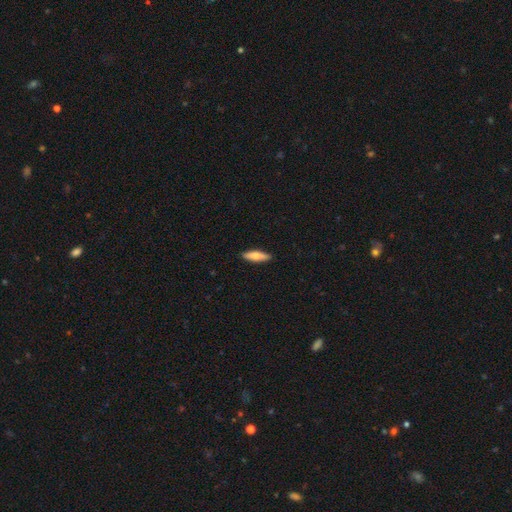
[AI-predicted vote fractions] Overall: smooth (68%). How rounded: cigar-shaped (60%; in between 38%). Merging: none (90%).